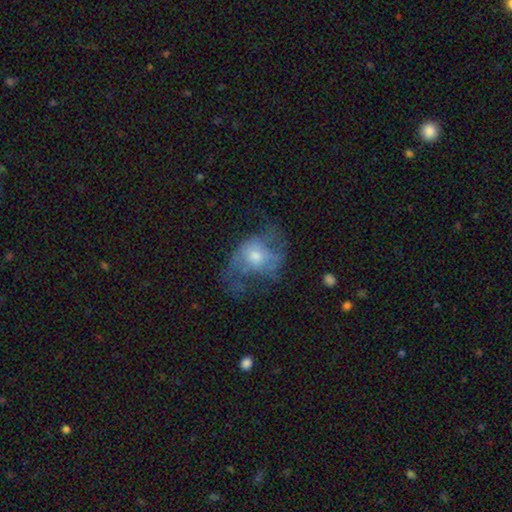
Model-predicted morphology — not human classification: smooth_or_featured: featured or disk (p=0.59) [alt: smooth p=0.32]
disk_edge_on: no (p=0.96) [alt: yes p=0.04]
bar: no (p=0.76) [alt: weak p=0.20]
has_spiral_arms: yes (p=0.60) [alt: no p=0.40]
bulge_size: moderate (p=0.54) [alt: small p=0.33]
merging: major disturbance (p=0.38) [tied with: none p=0.38]